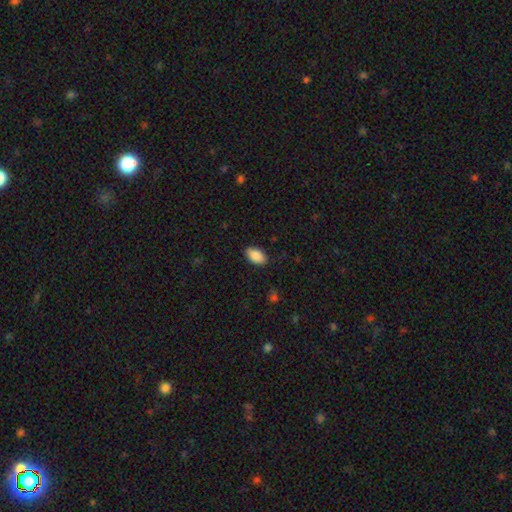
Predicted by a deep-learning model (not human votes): smooth 89%, star or artifact 7%, featured or disk 4%. Down the decision tree: how rounded — in between (94%); merging — none (86%).